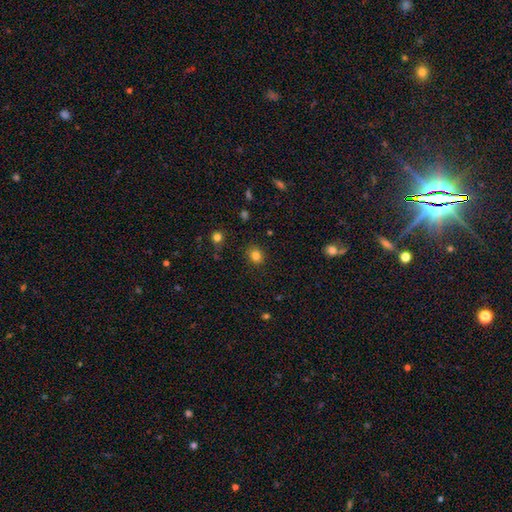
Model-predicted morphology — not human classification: Smooth or featured: smooth — 82% (star or artifact — 13%)
How rounded: round — 69% (in between — 30%)
Merging: none — 86% (minor disturbance — 10%)